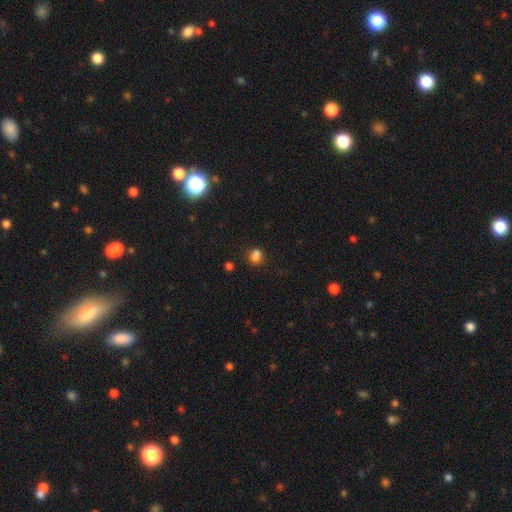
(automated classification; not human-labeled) Smooth or featured?
  - smooth: 79% *
  - star or artifact: 16%
  - featured or disk: 5%
How rounded?
  - round: 56% *
  - in between: 43%
  - cigar-shaped: 2%
Merging?
  - none: 67% *
  - minor disturbance: 17%
  - merger: 10%
  - major disturbance: 6%